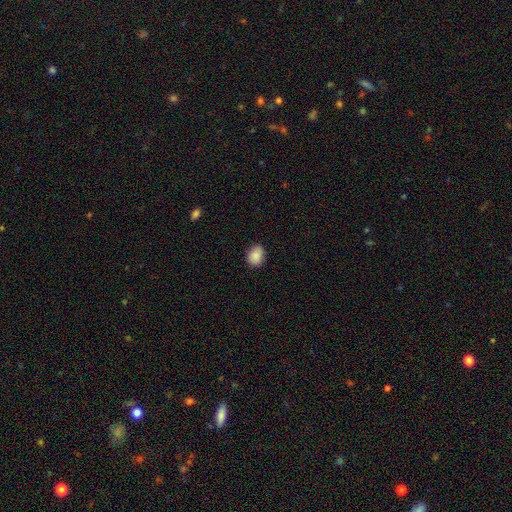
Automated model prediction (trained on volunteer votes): A smooth galaxy with no disk features (88%) that is in between round and cigar-shaped (59%). Merging: none (82%).